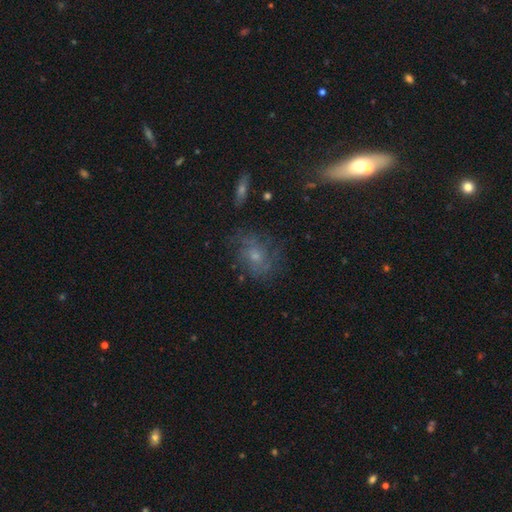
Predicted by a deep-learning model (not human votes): smooth_or_featured: featured or disk (p=0.57) [alt: smooth p=0.28]
disk_edge_on: no (p=0.95) [alt: yes p=0.05]
bar: no (p=0.76) [alt: weak p=0.21]
has_spiral_arms: yes (p=0.78) [alt: no p=0.22]
bulge_size: small (p=0.49) [alt: moderate p=0.40]
merging: none (p=0.66) [alt: minor disturbance p=0.20]